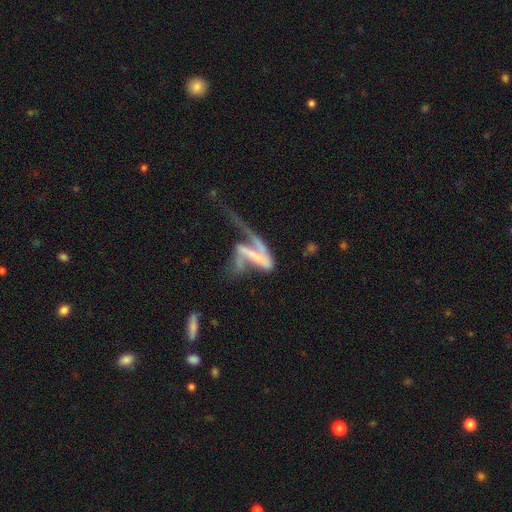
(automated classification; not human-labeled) A featured or disk galaxy (69%) with a strong bar (46%), spiral arms (56%) and no central bulge (57%).

Vote fractions:
- Smooth or featured? featured or disk: 69% / smooth: 22% / star or artifact: 9%
- Edge-on disk? no: 87% / yes: 13%
- Bar? strong: 46% / no: 32% / weak: 22%
- Spiral arms? yes: 56% / no: 44%
- Bulge size? none: 57% / small: 25% / moderate: 12% / large: 4% / dominant: 2%
- Merging? major disturbance: 56% / merger: 21% / none: 14% / minor disturbance: 9%